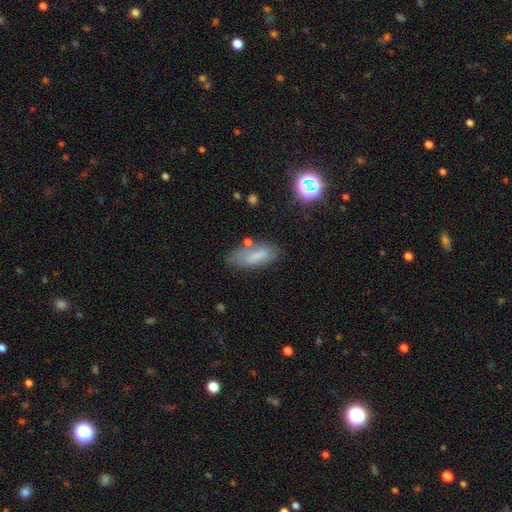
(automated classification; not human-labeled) The model was most divided on "merging": none: 61%, minor disturbance: 24%, major disturbance: 9%, merger: 7%. More confident: how rounded — in between (72%); smooth or featured — smooth (72%).